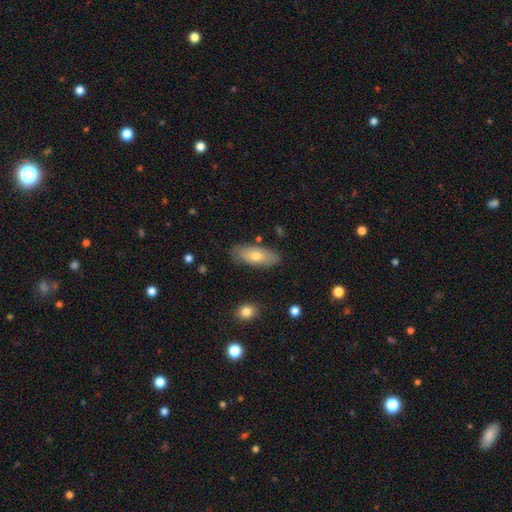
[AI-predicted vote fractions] smooth-or-featured: smooth: 64% | featured or disk: 29% | star or artifact: 7%
  how-rounded: in between: 81% | cigar-shaped: 17% | round: 3%
  merging: none: 82% | minor disturbance: 14% | major disturbance: 3% | merger: 2%